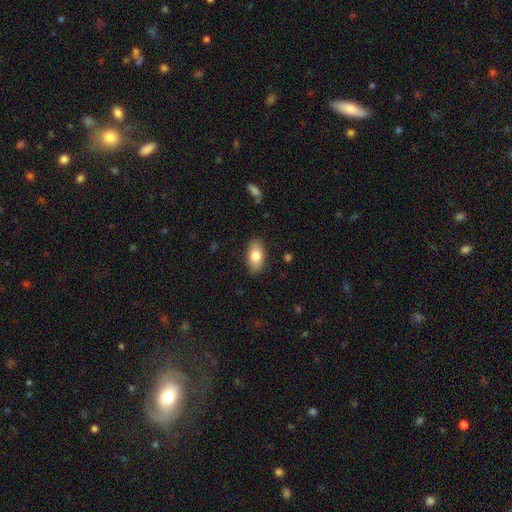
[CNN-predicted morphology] This is likely a smooth galaxy (80%). How rounded: clearly in between (92%). Merging: clearly none (87%).